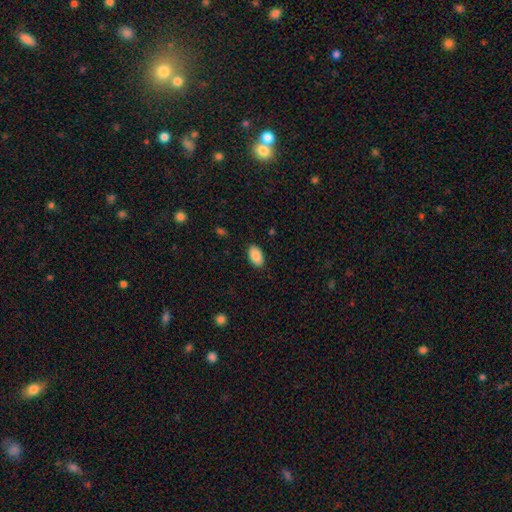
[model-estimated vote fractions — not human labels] A smooth galaxy with no disk features (89%) that is in between round and cigar-shaped (95%).

Vote fractions:
- Smooth or featured? smooth: 89% / star or artifact: 7% / featured or disk: 5%
- How rounded? in between: 95% / round: 4% / cigar-shaped: 1%
- Merging? none: 87% / minor disturbance: 9% / major disturbance: 2% / merger: 1%